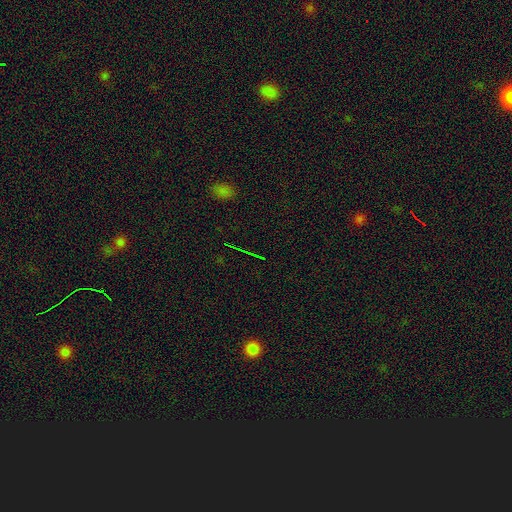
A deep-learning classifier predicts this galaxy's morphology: smooth_or_featured: star or artifact (p=0.68) [alt: smooth p=0.19]